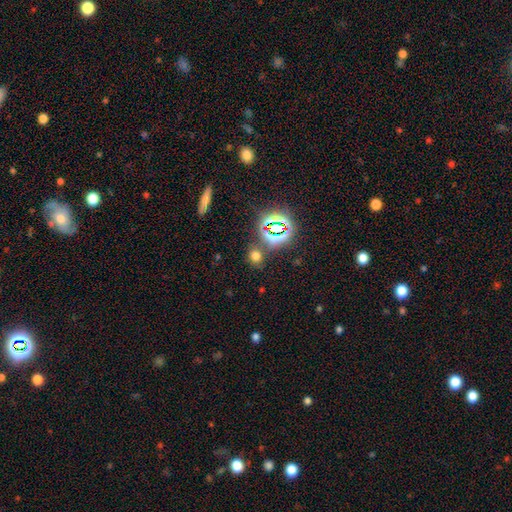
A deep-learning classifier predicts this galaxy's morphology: type=smooth (59%); roundness=round (70%); merging=none (78%).